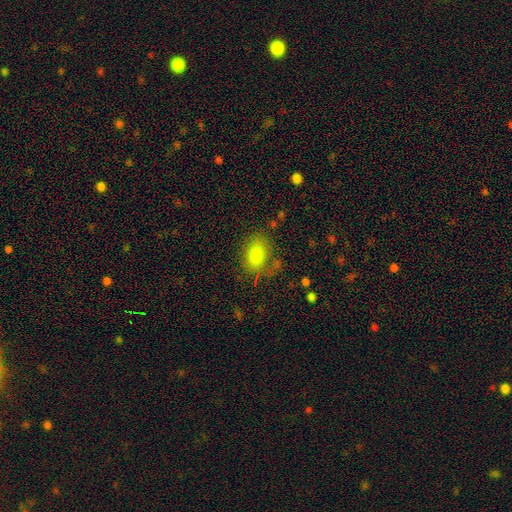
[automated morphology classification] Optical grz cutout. It shows a smooth galaxy with no disk features (78%) that is in between round and cigar-shaped (72%). Merging: none (67%).